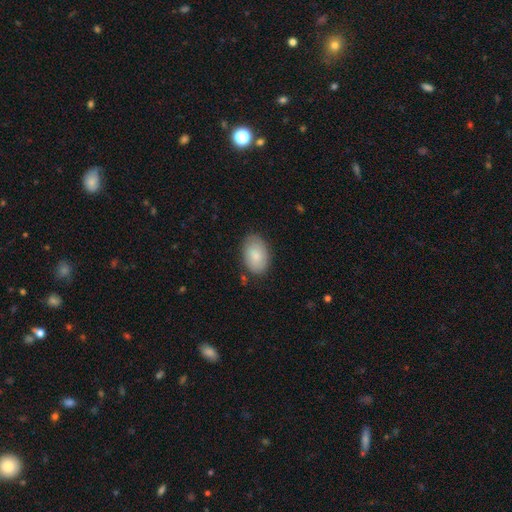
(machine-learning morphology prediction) smooth_or_featured: smooth (p=0.81) [alt: featured or disk p=0.13]
how_rounded: in between (p=0.90) [alt: round p=0.09]
merging: none (p=0.80) [alt: minor disturbance p=0.15]